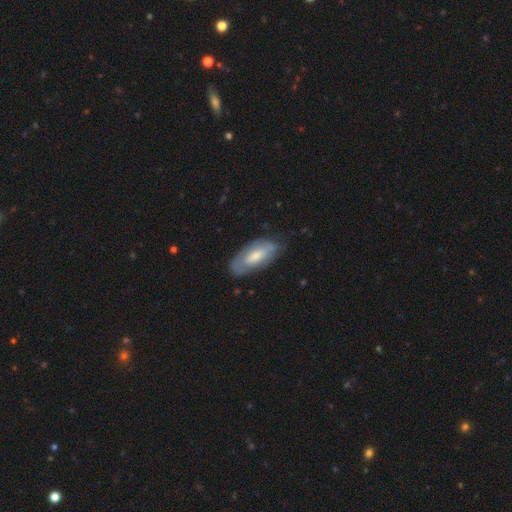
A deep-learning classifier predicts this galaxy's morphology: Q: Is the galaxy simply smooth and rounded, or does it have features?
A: smooth — 58%.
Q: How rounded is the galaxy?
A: in between — 85%.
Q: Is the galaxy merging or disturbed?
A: none — 67%.